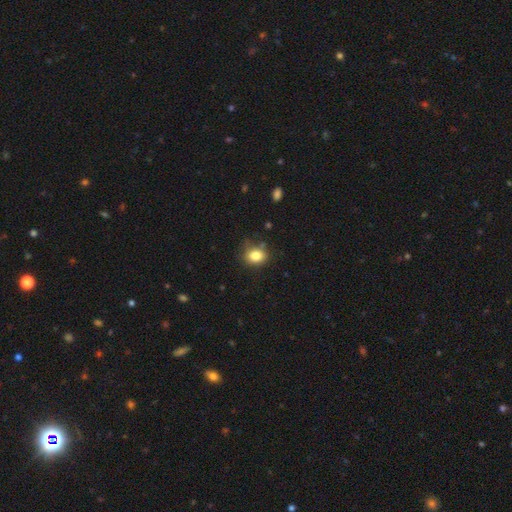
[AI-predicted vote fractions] Morphology: type=smooth (82%); roundness=round (53%); merging=none (74%).